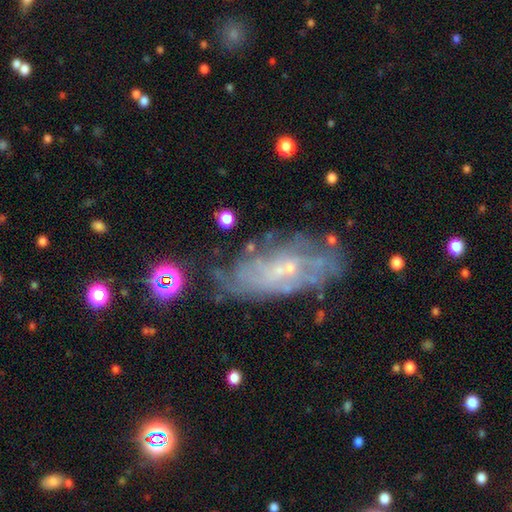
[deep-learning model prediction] Q: Smooth or featured?
A: featured or disk (71%); runner-up: smooth (19%)
Q: Edge-on disk?
A: no (86%); runner-up: yes (14%)
Q: Bar?
A: no (63%); runner-up: weak (29%)
Q: Spiral arms?
A: yes (74%); runner-up: no (26%)
Q: Bulge size?
A: small (79%); runner-up: moderate (15%)
Q: Merging?
A: none (71%); runner-up: minor disturbance (18%)